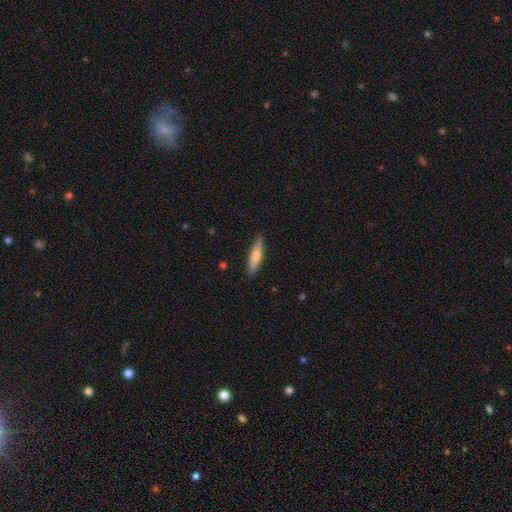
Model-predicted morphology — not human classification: smooth-or-featured: smooth: 63% | featured or disk: 31% | star or artifact: 6%
  how-rounded: cigar-shaped: 80% | in between: 18% | round: 2%
  merging: none: 87% | minor disturbance: 10% | major disturbance: 2% | merger: 1%